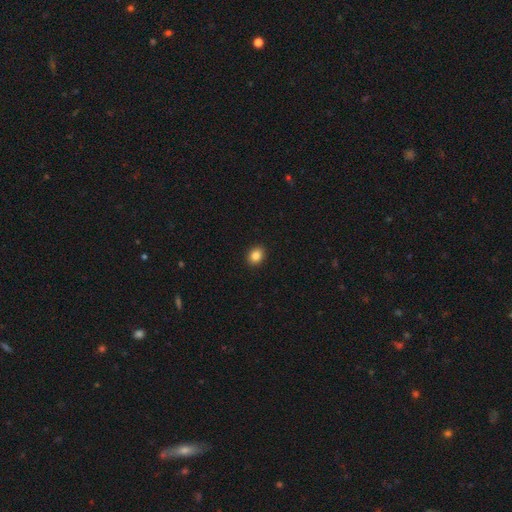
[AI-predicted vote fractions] Smooth or featured? Predicted: smooth (p=0.85). How rounded? Predicted: round (p=0.52). Merging? Predicted: none (p=0.92).